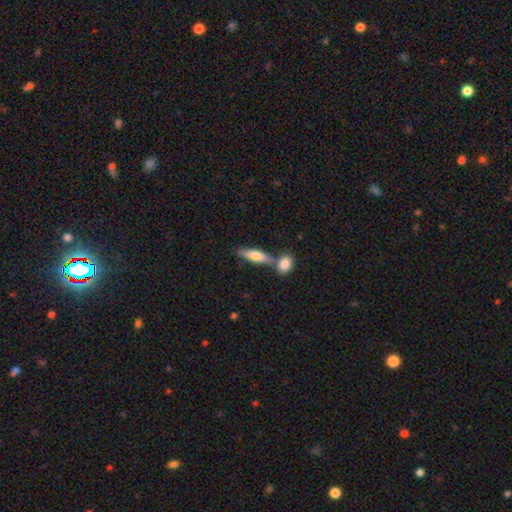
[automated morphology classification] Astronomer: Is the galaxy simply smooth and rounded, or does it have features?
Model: smooth — 68%.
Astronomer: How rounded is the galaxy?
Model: cigar-shaped — 56% (runner-up: in between, 41%).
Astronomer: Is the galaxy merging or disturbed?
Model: none — 54% (runner-up: merger, 32%).